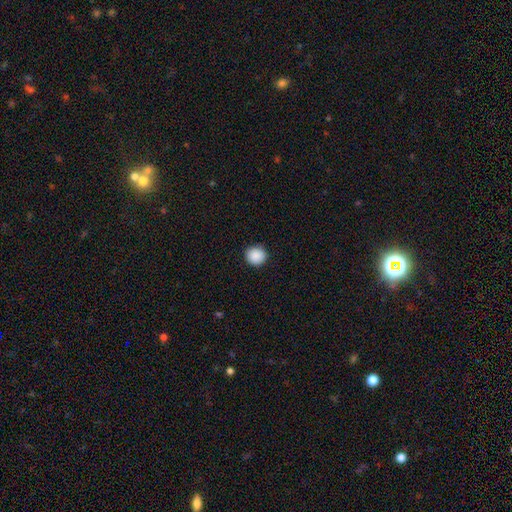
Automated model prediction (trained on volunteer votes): Smooth or featured?
  - smooth: 89% *
  - star or artifact: 8%
  - featured or disk: 2%
How rounded?
  - round: 90% *
  - in between: 9%
  - cigar-shaped: 1%
Merging?
  - none: 90% *
  - minor disturbance: 7%
  - major disturbance: 2%
  - merger: 1%